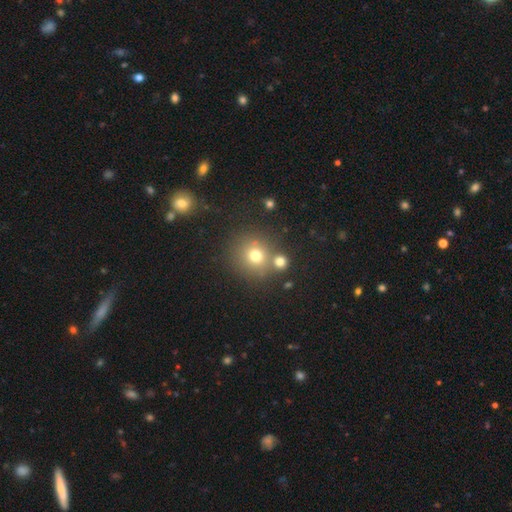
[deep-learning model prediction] Overall: smooth (72%). How rounded: round (90%). Merging: none (68%).